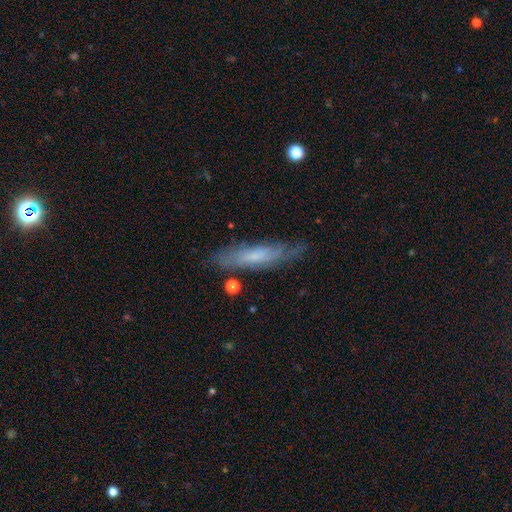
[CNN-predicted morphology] A featured or disk galaxy (49%).

Vote fractions:
- Smooth or featured? featured or disk: 49% / smooth: 43% / star or artifact: 7%
- Merging? none: 70% / minor disturbance: 21% / major disturbance: 7% / merger: 2%